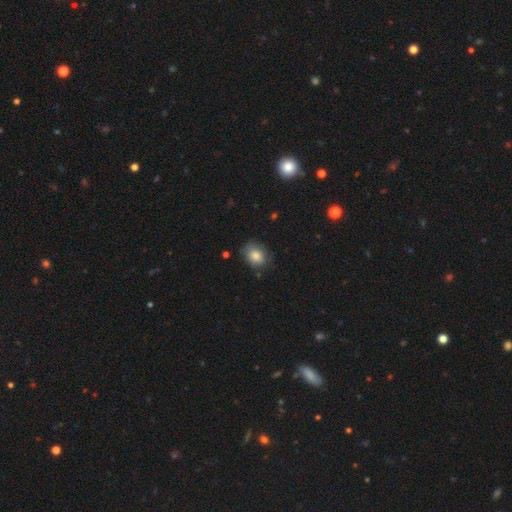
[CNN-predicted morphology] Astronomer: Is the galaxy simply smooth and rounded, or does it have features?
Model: smooth — 83%.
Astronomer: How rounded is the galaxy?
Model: round — 52% (runner-up: in between, 47%).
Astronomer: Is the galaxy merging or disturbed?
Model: none — 72%.